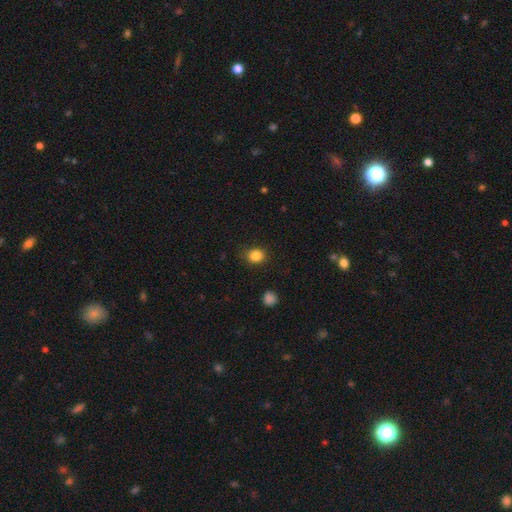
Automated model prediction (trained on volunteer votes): Q: Smooth or featured?
A: smooth (84%); runner-up: star or artifact (11%)
Q: How rounded?
A: round (65%); runner-up: in between (34%)
Q: Merging?
A: none (84%); runner-up: minor disturbance (12%)